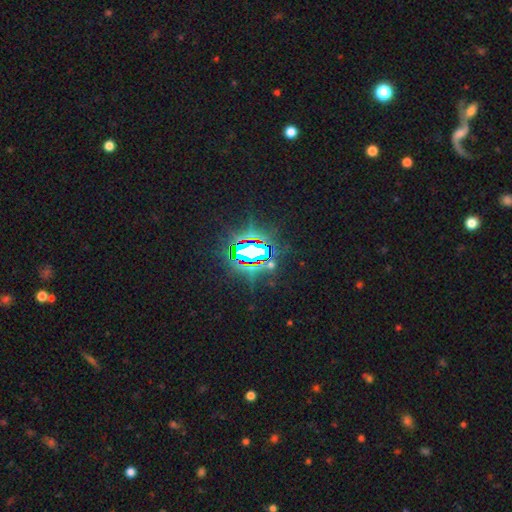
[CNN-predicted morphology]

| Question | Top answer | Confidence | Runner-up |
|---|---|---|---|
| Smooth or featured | star or artifact | 81% | smooth (10%) |